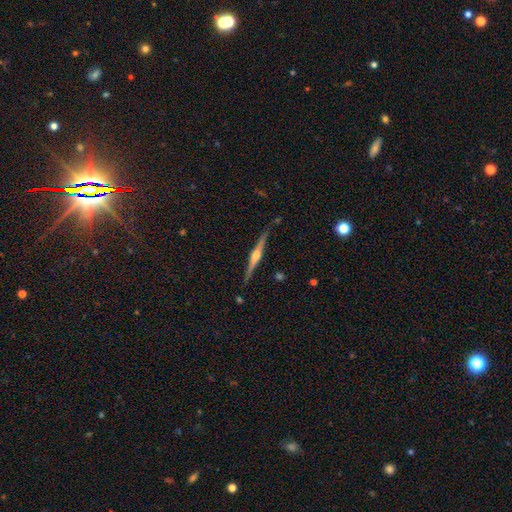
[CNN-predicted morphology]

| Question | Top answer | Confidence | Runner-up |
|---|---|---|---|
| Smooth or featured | featured or disk | 80% | smooth (15%) |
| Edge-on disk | yes | 98% | no (2%) |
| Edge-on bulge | rounded | 88% | boxy (7%) |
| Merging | none | 87% | minor disturbance (10%) |